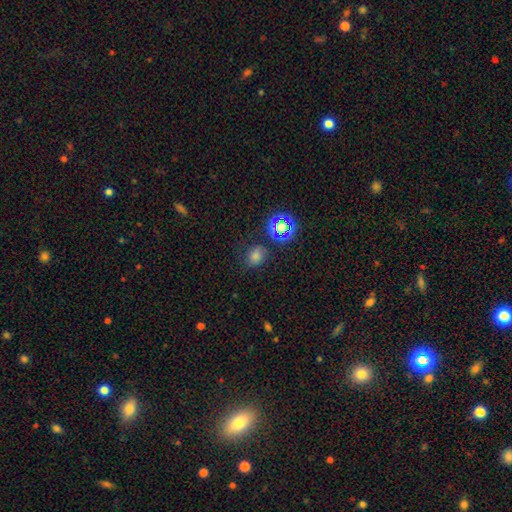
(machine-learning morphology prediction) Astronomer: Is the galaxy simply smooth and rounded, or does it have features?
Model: smooth — 63%.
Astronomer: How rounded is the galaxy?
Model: round — 53% (runner-up: in between, 45%).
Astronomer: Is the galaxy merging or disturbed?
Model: none — 71%.